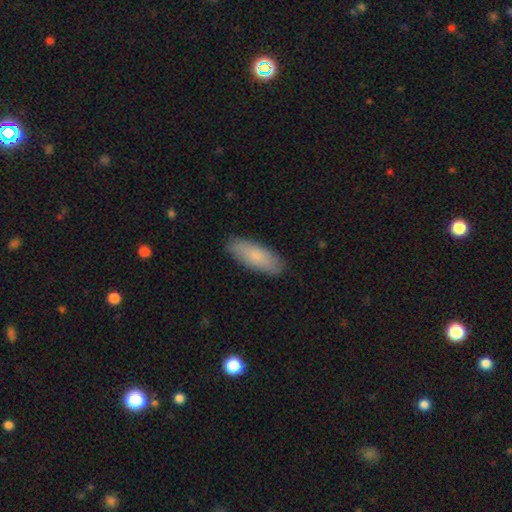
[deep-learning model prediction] Smooth or featured?
  - smooth: 80% *
  - featured or disk: 14%
  - star or artifact: 6%
How rounded?
  - in between: 67% *
  - cigar-shaped: 31%
  - round: 2%
Merging?
  - none: 86% *
  - minor disturbance: 10%
  - major disturbance: 2%
  - merger: 1%